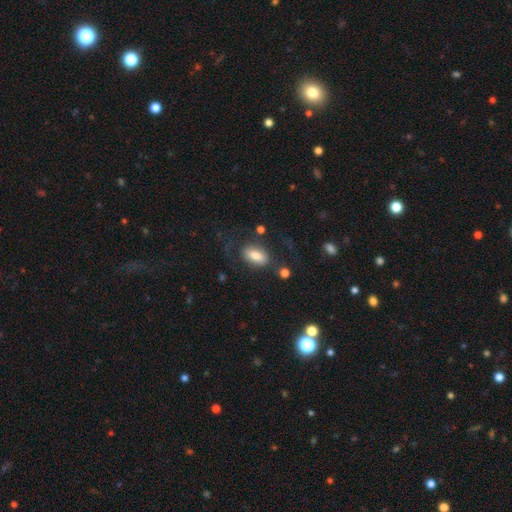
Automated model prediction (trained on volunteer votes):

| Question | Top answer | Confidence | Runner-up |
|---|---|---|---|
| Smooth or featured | smooth | 76% | featured or disk (17%) |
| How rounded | in between | 91% | round (6%) |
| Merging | none | 64% | minor disturbance (17%) |